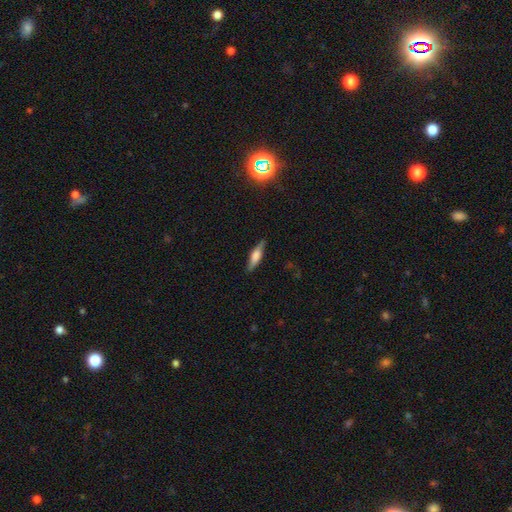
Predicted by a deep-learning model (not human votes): smooth-or-featured: smooth: 55% | featured or disk: 38% | star or artifact: 7%
  how-rounded: cigar-shaped: 68% | in between: 30% | round: 2%
  merging: none: 83% | minor disturbance: 13% | major disturbance: 3% | merger: 1%